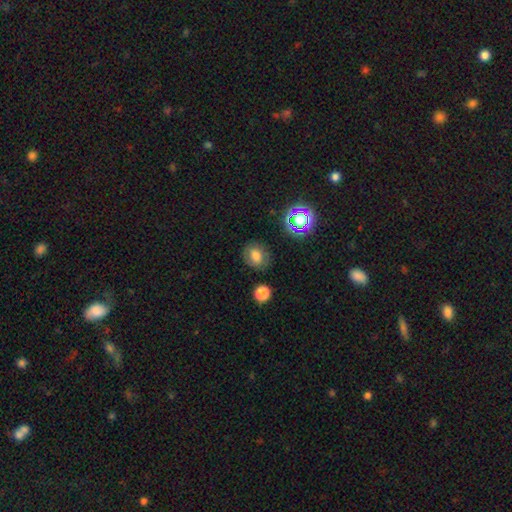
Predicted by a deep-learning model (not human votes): A smooth galaxy with no disk features (68%) that is round (64%). Merging: none (81%).